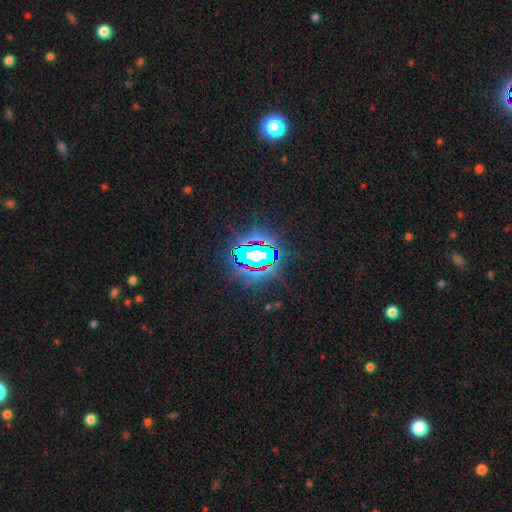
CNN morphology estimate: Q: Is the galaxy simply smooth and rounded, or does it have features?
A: star or artifact — 73%.